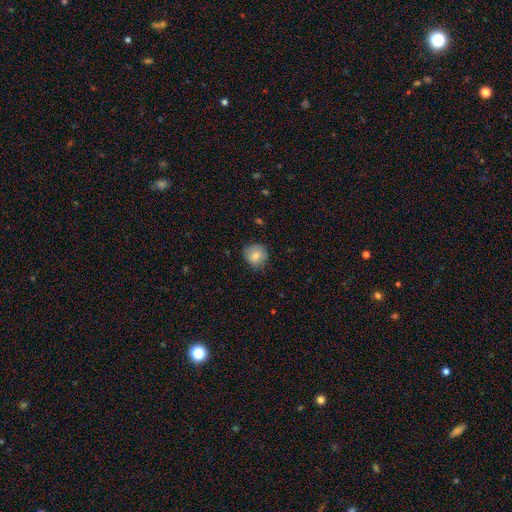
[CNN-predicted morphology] Smooth or featured?
  - smooth: 80% *
  - featured or disk: 12%
  - star or artifact: 9%
How rounded?
  - round: 87% *
  - in between: 12%
  - cigar-shaped: 1%
Merging?
  - none: 78% *
  - minor disturbance: 18%
  - major disturbance: 3%
  - merger: 1%